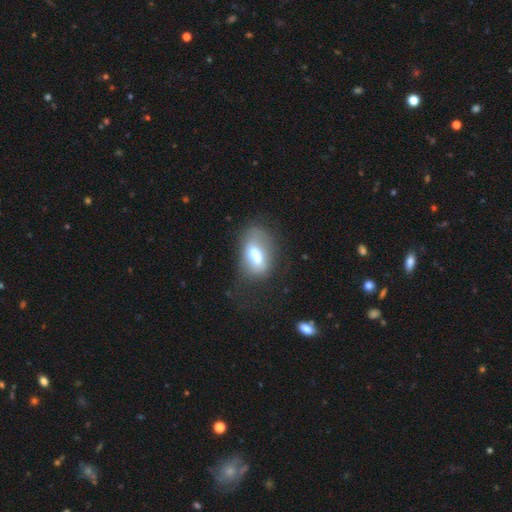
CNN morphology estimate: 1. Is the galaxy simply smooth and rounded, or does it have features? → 59% smooth, 31% featured or disk, 10% star or artifact.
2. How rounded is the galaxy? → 85% in between, 11% round, 4% cigar-shaped.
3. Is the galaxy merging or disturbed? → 44% none, 25% minor disturbance, 23% major disturbance, 8% merger.